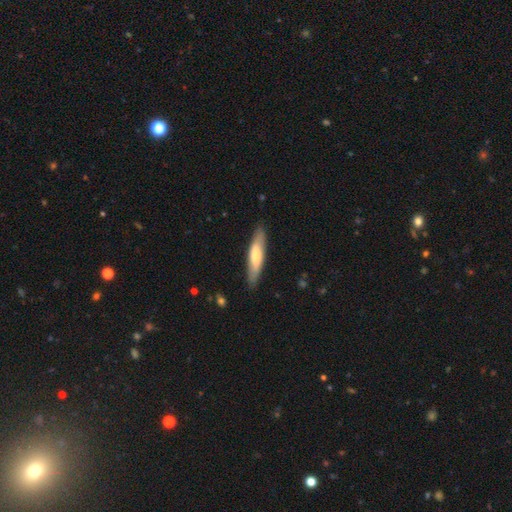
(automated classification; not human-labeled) Smooth or featured: smooth — 64% (featured or disk — 31%)
How rounded: cigar-shaped — 79% (in between — 20%)
Merging: none — 86% (minor disturbance — 10%)